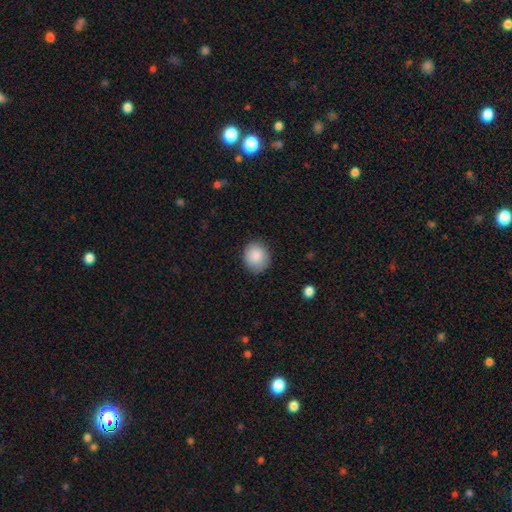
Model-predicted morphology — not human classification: Q: Smooth or featured?
A: smooth (88%); runner-up: star or artifact (7%)
Q: How rounded?
A: round (79%); runner-up: in between (20%)
Q: Merging?
A: none (85%); runner-up: minor disturbance (11%)